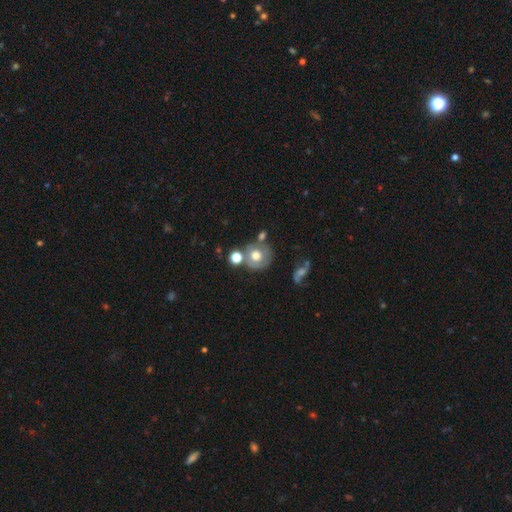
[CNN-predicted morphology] This appears to be a smooth galaxy with no disk features (46%). Merging: none (55%).